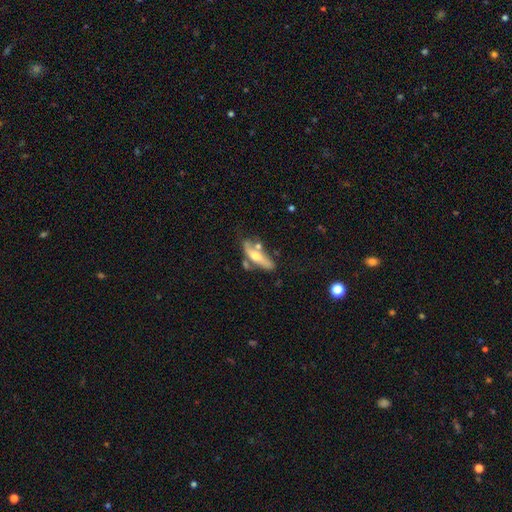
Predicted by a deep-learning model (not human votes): Smooth or featured? featured or disk (51%)
Edge-on disk? yes (66%)
Merging? none (49%)